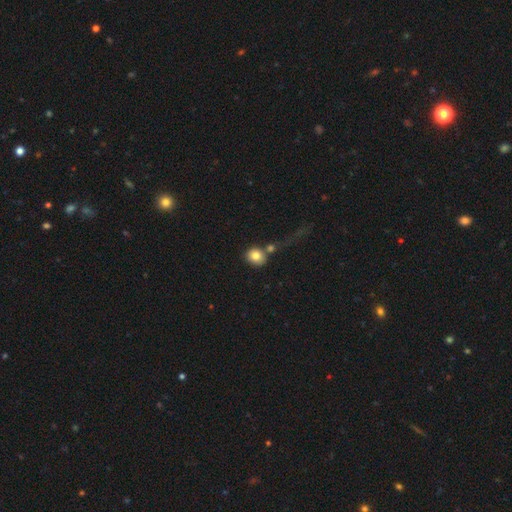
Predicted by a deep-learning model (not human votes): The model was most divided on "merging": none: 56%, merger: 25%, minor disturbance: 11%, major disturbance: 8%. More confident: smooth or featured — smooth (81%); how rounded — round (78%).